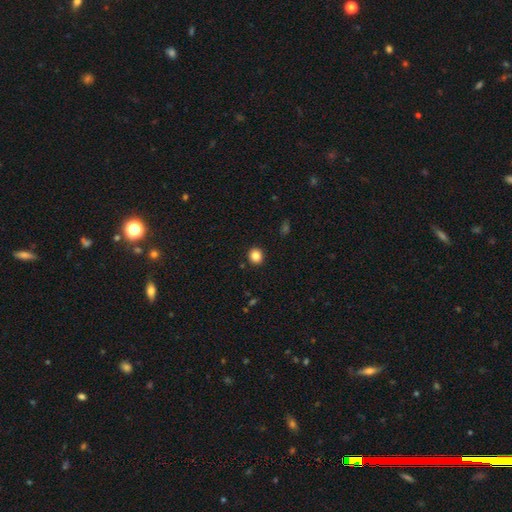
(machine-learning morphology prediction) Smooth or featured: smooth — 84% (star or artifact — 11%)
How rounded: round — 87% (in between — 12%)
Merging: none — 92% (minor disturbance — 5%)